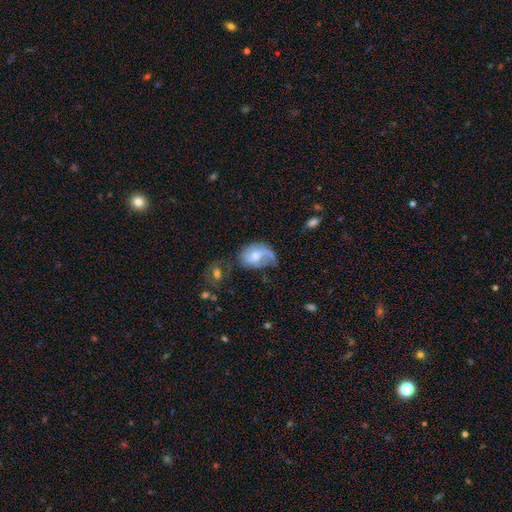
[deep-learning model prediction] featured or disk 67%, smooth 25%, star or artifact 7%. Down the decision tree: edge-on disk — no (97%); bar — weak (50%); spiral arms — yes (87%); spiral arm count — 2 (45%); spiral winding — loose (46%); bulge size — moderate (59%); merging — none (42%).